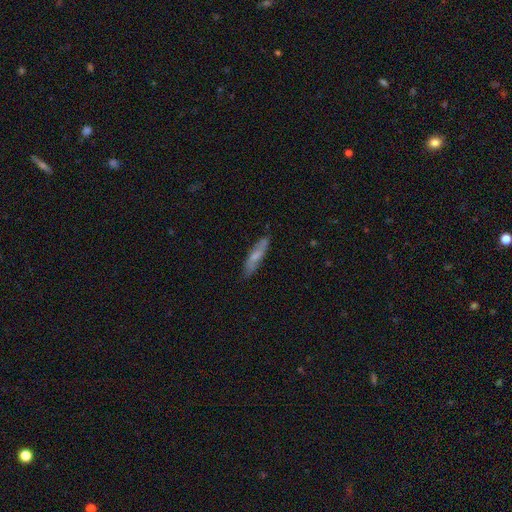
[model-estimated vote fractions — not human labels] Overall: smooth (56%; featured or disk 38%). How rounded: cigar-shaped (76%). Merging: none (80%).